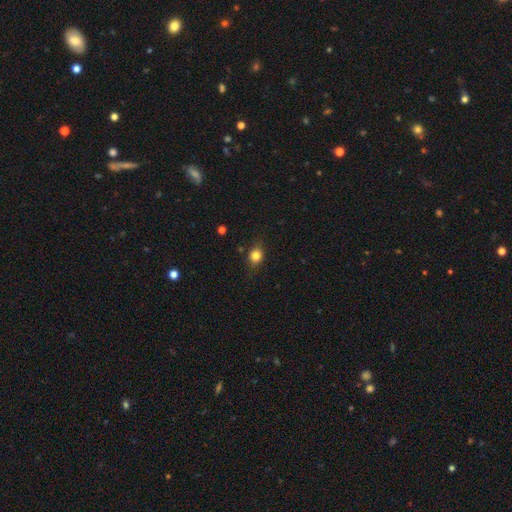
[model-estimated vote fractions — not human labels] Q: Smooth or featured?
A: smooth (79%); runner-up: star or artifact (11%)
Q: How rounded?
A: round (59%); runner-up: in between (39%)
Q: Merging?
A: none (76%); runner-up: minor disturbance (18%)